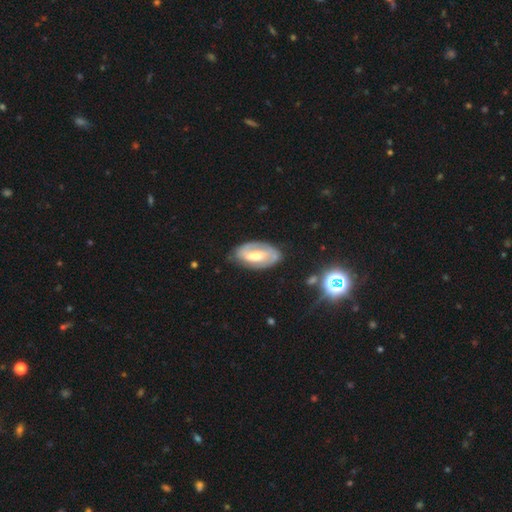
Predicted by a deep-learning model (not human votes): Overall: featured or disk (68%). Edge-on disk: no (94%). Bar: weak (45%; strong 28%). Spiral arms: yes (77%). Bulge size: moderate (57%; large 20%). Merging: none (70%).